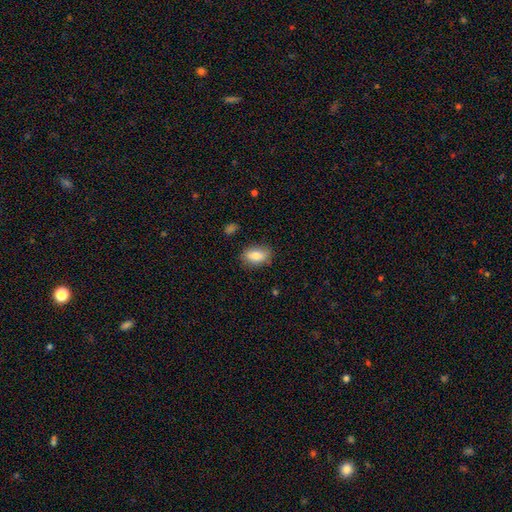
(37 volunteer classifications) Q: Smooth or featured?
A: smooth (89%); runner-up: featured or disk (11%)
Q: How rounded?
A: in between (88%); runner-up: round (12%)
Q: Merging?
A: none (86%); runner-up: minor disturbance (8%)